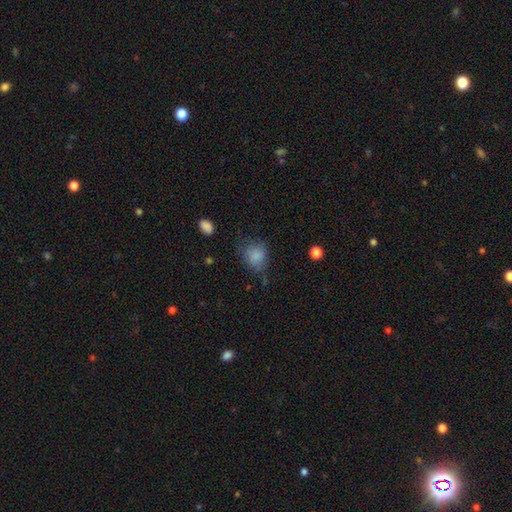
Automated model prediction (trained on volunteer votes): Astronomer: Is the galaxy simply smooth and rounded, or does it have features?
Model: smooth — 84%.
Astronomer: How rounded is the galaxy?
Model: round — 65%.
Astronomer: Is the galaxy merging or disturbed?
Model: none — 62%.